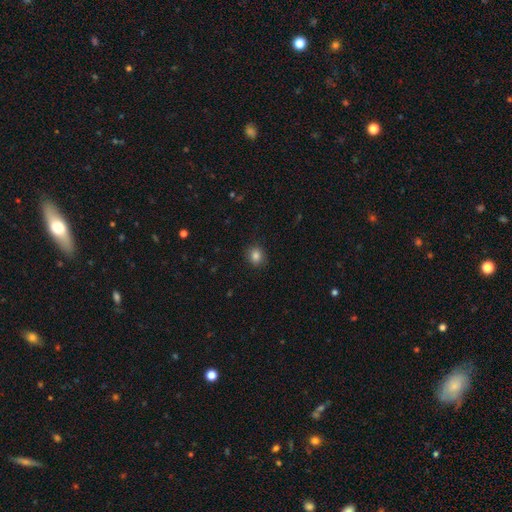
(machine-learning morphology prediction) Smooth or featured? Predicted: smooth (p=0.84). How rounded? Predicted: round (p=0.74). Merging? Predicted: none (p=0.89).